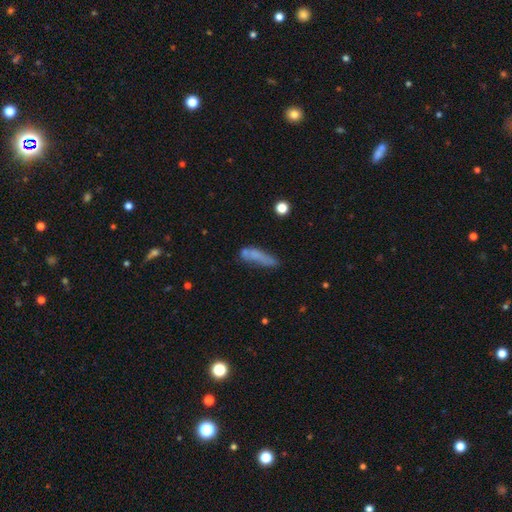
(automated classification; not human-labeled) smooth 66%, featured or disk 22%, star or artifact 12%. Down the decision tree: how rounded — cigar-shaped (76%); merging — none (52%).